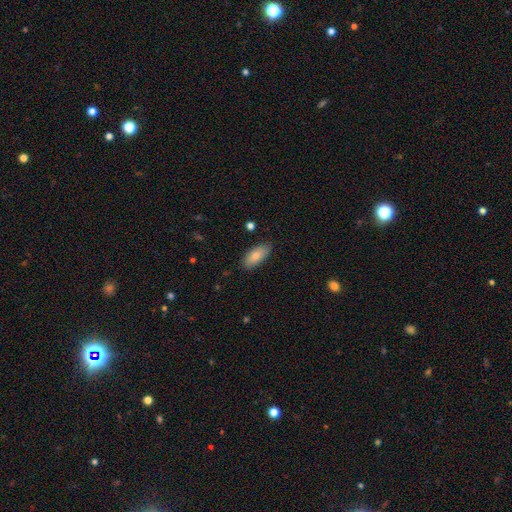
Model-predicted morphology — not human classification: The model was most divided on "merging": none: 83%, minor disturbance: 14%, major disturbance: 2%, merger: 1%. More confident: how rounded — in between (89%); smooth or featured — smooth (82%).